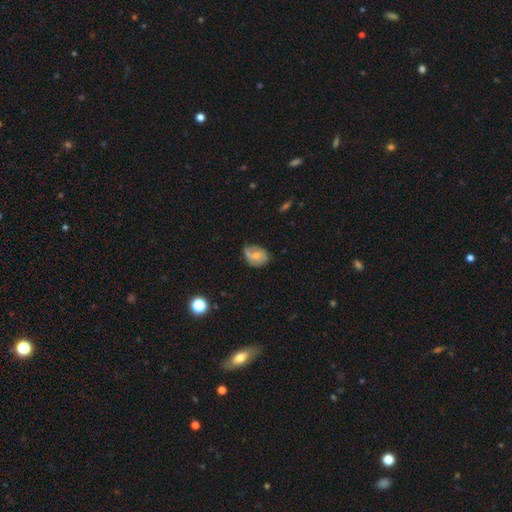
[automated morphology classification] Smooth or featured? smooth (52%)
How rounded? in between (56%)
Merging? none (44%)